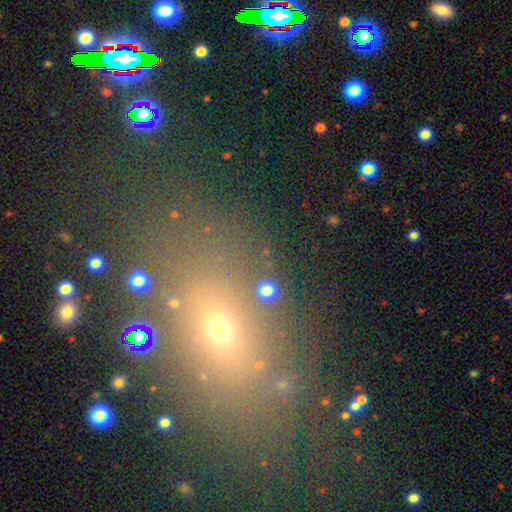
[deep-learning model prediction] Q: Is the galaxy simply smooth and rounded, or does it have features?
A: smooth — 54%.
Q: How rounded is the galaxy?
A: in between — 73%.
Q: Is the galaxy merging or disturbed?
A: none — 76%.